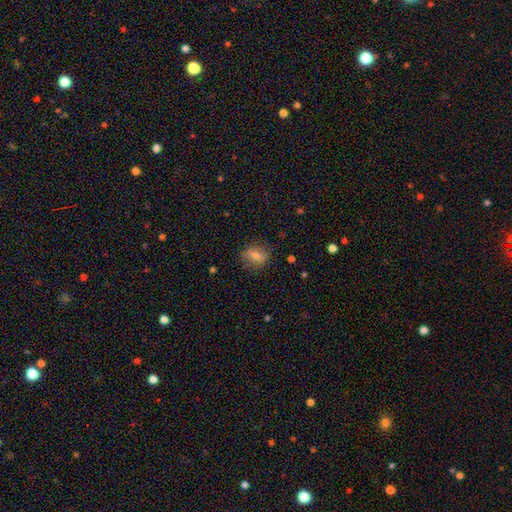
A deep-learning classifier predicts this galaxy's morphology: The model was most divided on "how rounded" (2-way tie): round: 49%, in between: 49%, cigar-shaped: 2%. More confident: merging — none (80%); smooth or featured — smooth (73%).